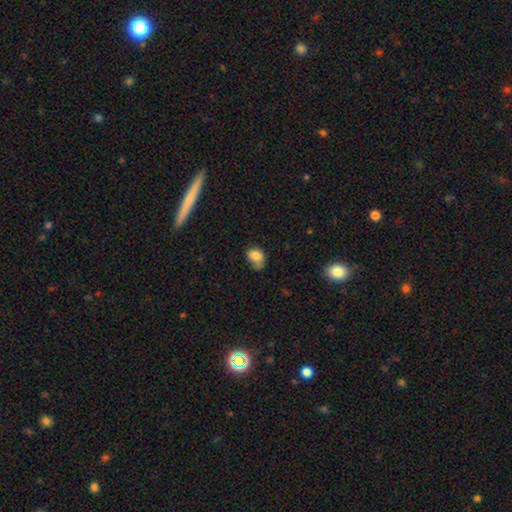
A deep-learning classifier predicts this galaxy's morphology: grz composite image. It shows a smooth galaxy with no disk features (80%) that is in between round and cigar-shaped (68%). Merging: none (43%).